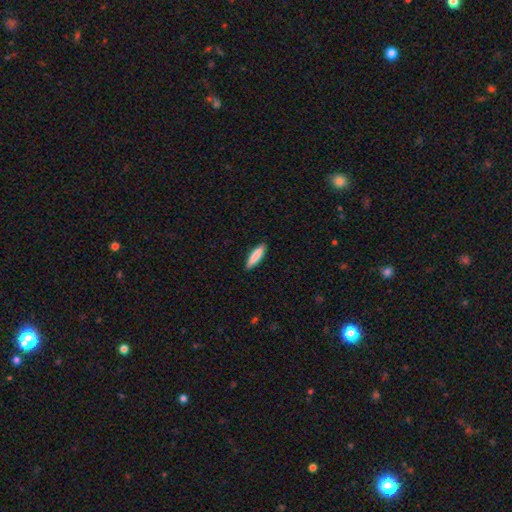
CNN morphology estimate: This appears to be a smooth galaxy with no disk features (85%) that is cigar-shaped (71%). Merging: none (89%).